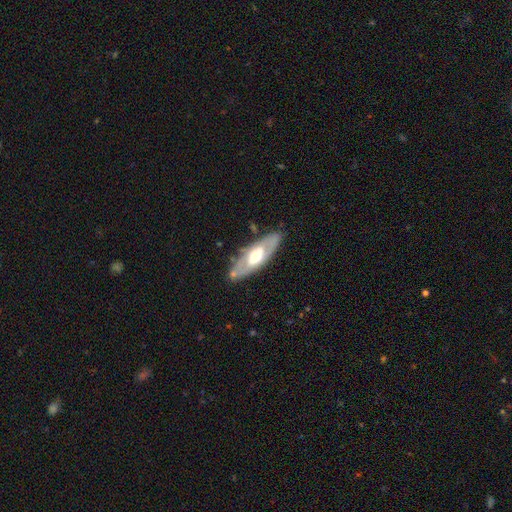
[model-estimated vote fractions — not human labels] A featured or disk galaxy (60%).

Vote fractions:
- Smooth or featured? featured or disk: 60% / smooth: 35% / star or artifact: 5%
- Edge-on disk? no: 71% / yes: 29%
- Merging? none: 80% / minor disturbance: 14% / major disturbance: 4% / merger: 3%